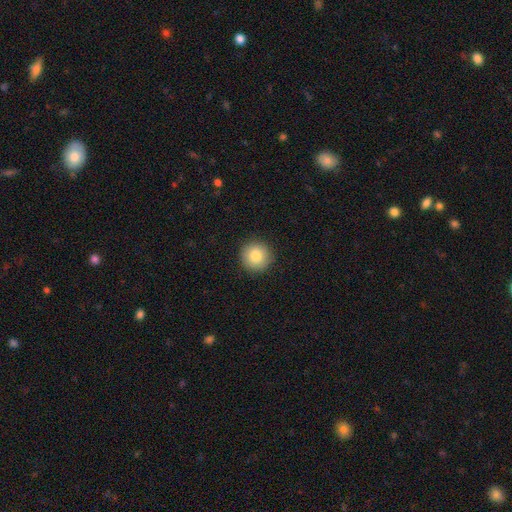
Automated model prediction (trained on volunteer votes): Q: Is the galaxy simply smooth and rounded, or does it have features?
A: smooth — 84%.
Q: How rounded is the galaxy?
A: round — 95%.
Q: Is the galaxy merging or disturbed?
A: none — 92%.